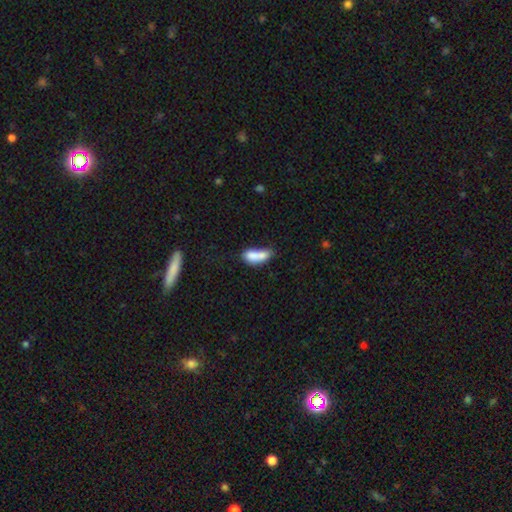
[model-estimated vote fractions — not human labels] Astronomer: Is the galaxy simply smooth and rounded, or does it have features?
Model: smooth — 74%.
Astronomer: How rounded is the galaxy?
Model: in between — 77%.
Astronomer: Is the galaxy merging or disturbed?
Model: merger — 47% (runner-up: none, 25%).